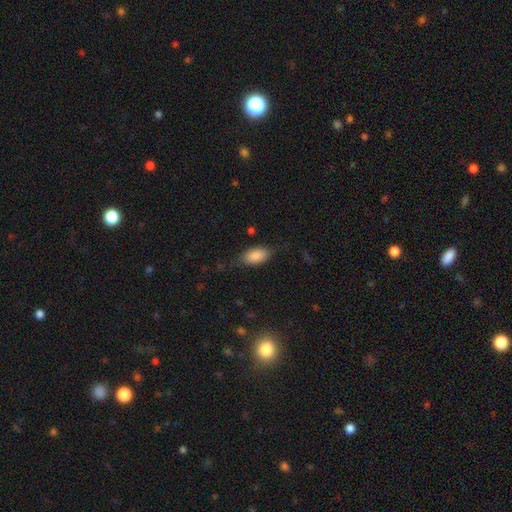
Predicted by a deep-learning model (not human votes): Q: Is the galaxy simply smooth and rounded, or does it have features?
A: smooth — 86%.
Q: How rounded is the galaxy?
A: in between — 92%.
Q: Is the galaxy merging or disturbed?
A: none — 71%.